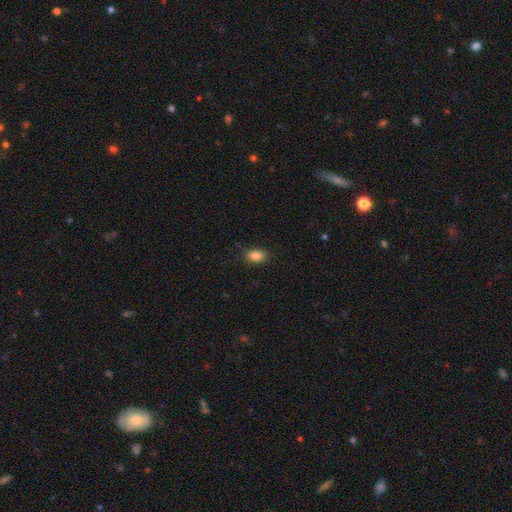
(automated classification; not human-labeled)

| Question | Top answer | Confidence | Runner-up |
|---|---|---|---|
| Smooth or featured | smooth | 86% | star or artifact (9%) |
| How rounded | in between | 85% | round (14%) |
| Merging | none | 83% | minor disturbance (13%) |